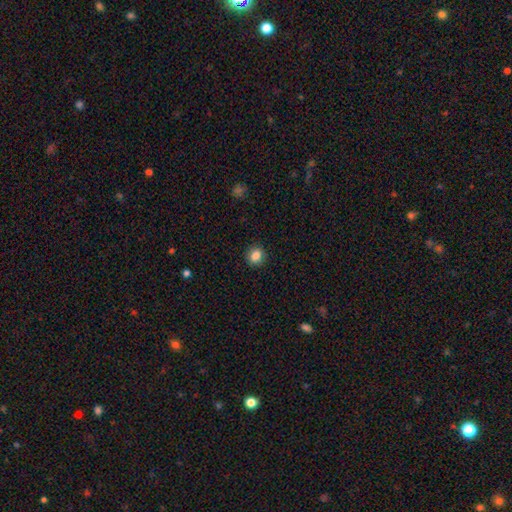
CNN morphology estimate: A smooth galaxy with no disk features (85%) that is round (82%). Merging: none (91%).